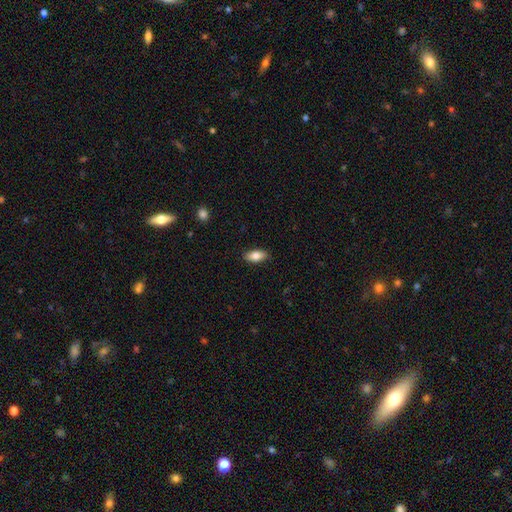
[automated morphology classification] Overall: smooth (83%). How rounded: in between (88%). Merging: none (87%).